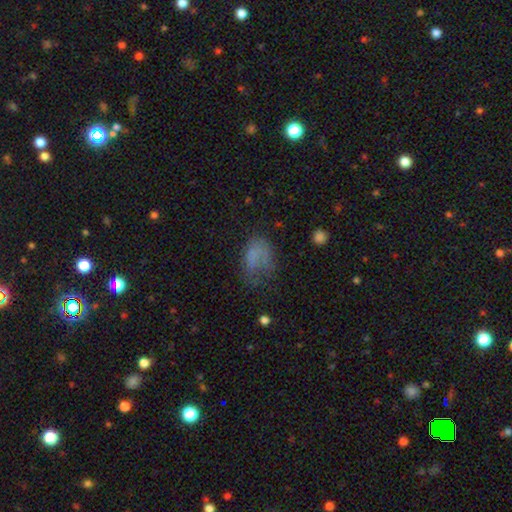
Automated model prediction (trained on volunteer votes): This is likely a smooth galaxy (61%). How rounded: clearly in between (81%). Merging: marginally major disturbance (39%).